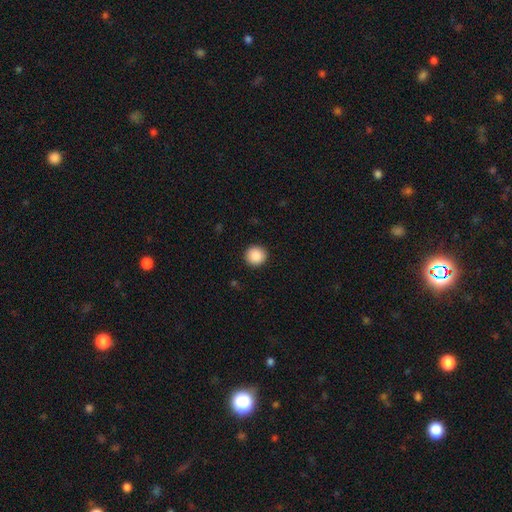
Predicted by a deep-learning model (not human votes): smooth_or_featured: smooth (p=0.89) [alt: star or artifact p=0.08]
how_rounded: round (p=0.94) [alt: in between p=0.05]
merging: none (p=0.92) [alt: minor disturbance p=0.05]